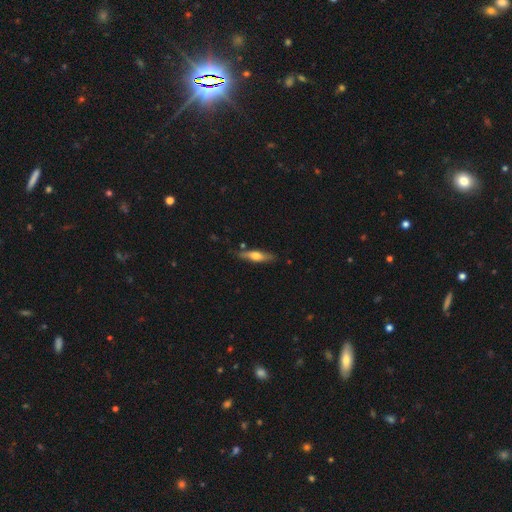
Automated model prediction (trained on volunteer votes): Smooth or featured: smooth — 49% (featured or disk — 46%)
Merging: none — 79% (minor disturbance — 15%)